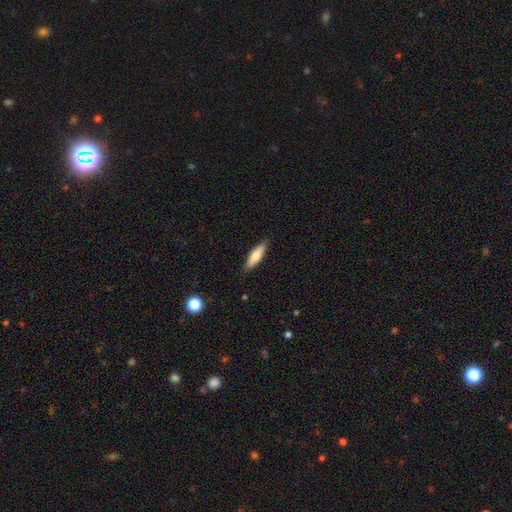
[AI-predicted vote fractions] Overall: smooth (72%). How rounded: cigar-shaped (64%; in between 35%). Merging: none (87%).